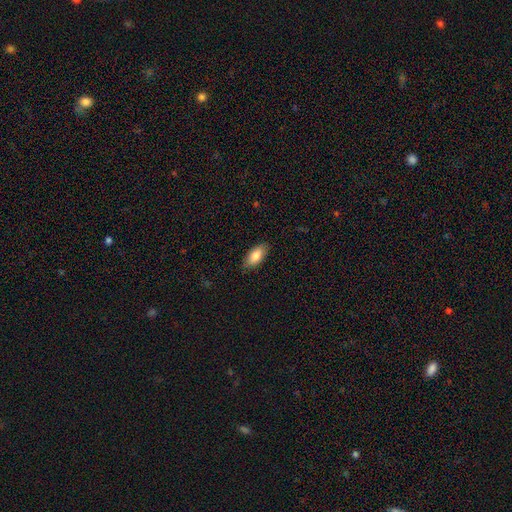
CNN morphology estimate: The model was most divided on "smooth or featured": smooth: 82%, featured or disk: 11%, star or artifact: 6%. More confident: how rounded — in between (90%); merging — none (86%).